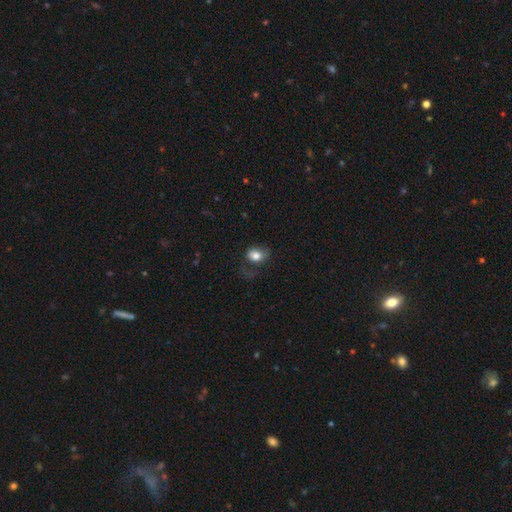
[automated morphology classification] Smooth or featured?
  - smooth: 79% *
  - featured or disk: 12%
  - star or artifact: 10%
How rounded?
  - in between: 63% *
  - round: 36%
  - cigar-shaped: 1%
Merging?
  - none: 47% *
  - minor disturbance: 26%
  - major disturbance: 25%
  - merger: 2%